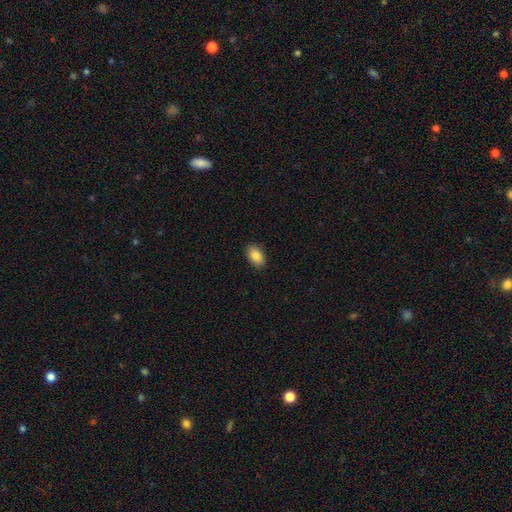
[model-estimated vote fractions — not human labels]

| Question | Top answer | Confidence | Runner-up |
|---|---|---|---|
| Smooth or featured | smooth | 85% | star or artifact (8%) |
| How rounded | in between | 90% | round (9%) |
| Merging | none | 90% | minor disturbance (8%) |